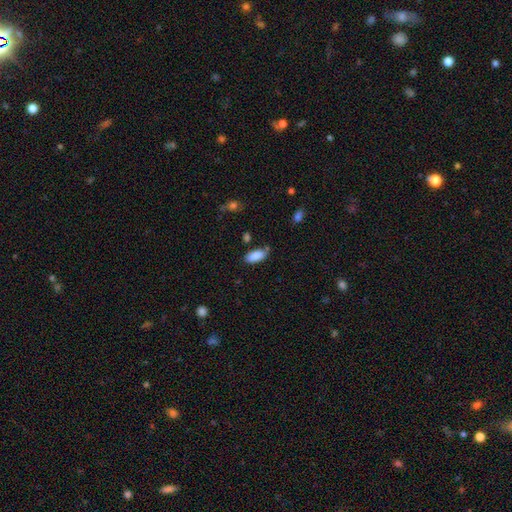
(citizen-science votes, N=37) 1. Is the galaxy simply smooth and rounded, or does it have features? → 89% smooth, 5% featured or disk, 5% star or artifact.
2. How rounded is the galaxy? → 91% in between, 9% cigar-shaped, 0% round.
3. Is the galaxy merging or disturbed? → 74% none, 17% minor disturbance, 6% merger, 3% major disturbance.